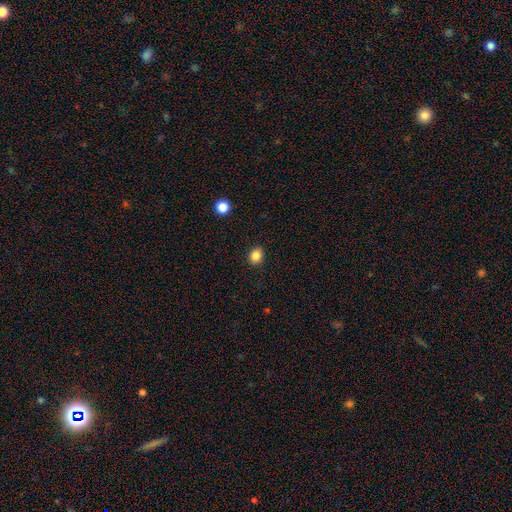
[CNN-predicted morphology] A smooth galaxy with no disk features (85%) that is round (64%). Merging: none (91%).